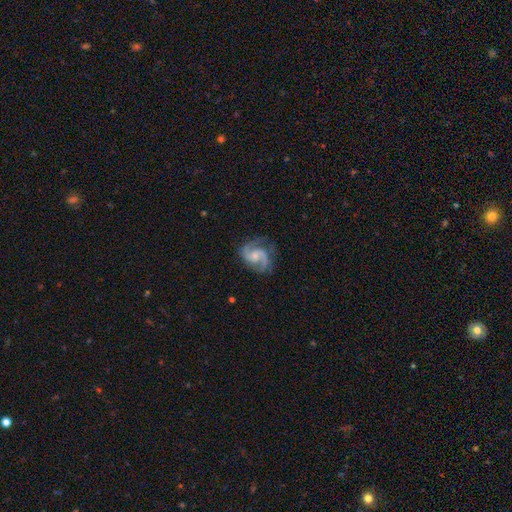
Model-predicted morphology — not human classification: featured or disk 92%, star or artifact 4%, smooth 4%. Down the decision tree: edge-on disk — no (98%); bar — no (56%); spiral arms — yes (98%); spiral arm count — 2 (92%); spiral winding — medium (62%); bulge size — small (56%); merging — none (77%).